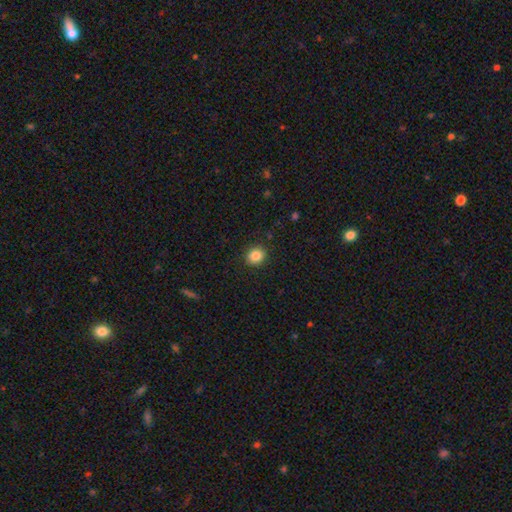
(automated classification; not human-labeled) Overall: smooth (85%). How rounded: round (79%). Merging: none (90%).